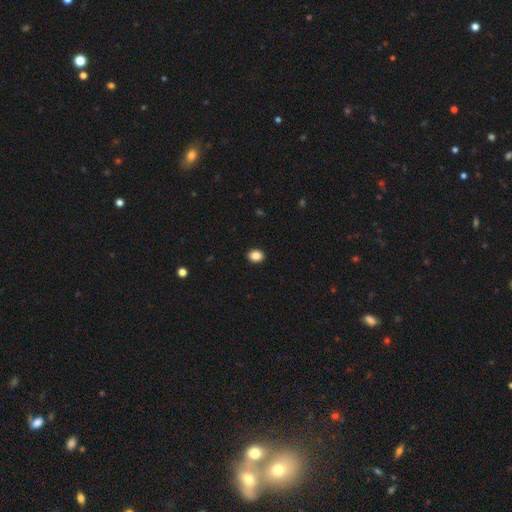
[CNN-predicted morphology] Smooth or featured? smooth (87%)
How rounded? in between (52%)
Merging? none (92%)